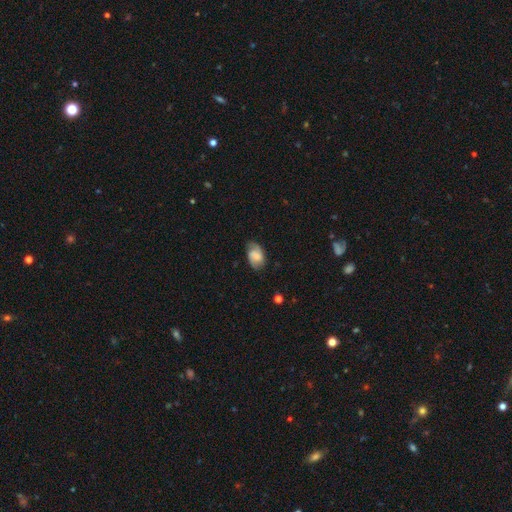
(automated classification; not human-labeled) This is possibly a smooth galaxy (47%). Merging: likely none (67%).